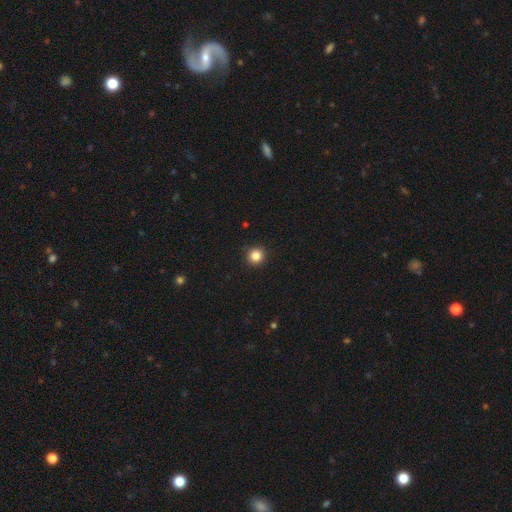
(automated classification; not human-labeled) This is clearly a smooth galaxy (84%). How rounded: clearly round (95%). Merging: clearly none (93%).